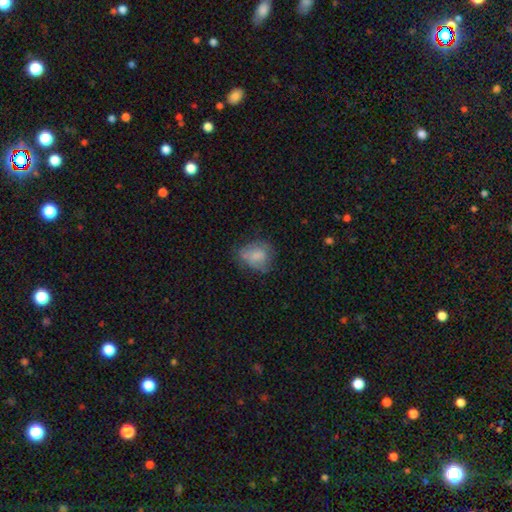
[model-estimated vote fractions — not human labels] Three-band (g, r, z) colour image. It shows a smooth galaxy with no disk features (67%) that is in between round and cigar-shaped (52%). Merging: none (49%).